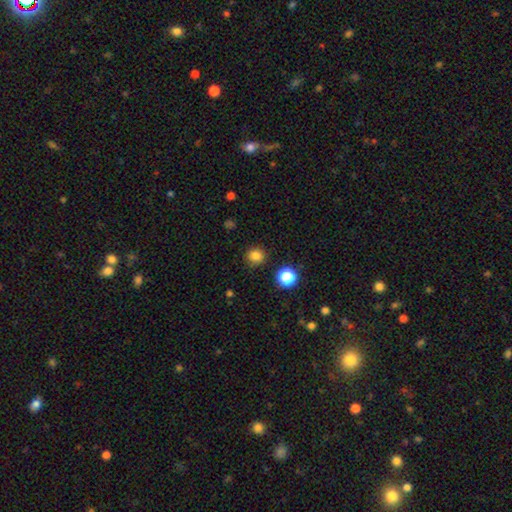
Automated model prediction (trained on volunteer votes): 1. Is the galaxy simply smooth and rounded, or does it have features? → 82% smooth, 14% star or artifact, 4% featured or disk.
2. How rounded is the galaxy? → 88% round, 11% in between, 1% cigar-shaped.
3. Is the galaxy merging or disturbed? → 89% none, 7% minor disturbance, 2% major disturbance, 2% merger.